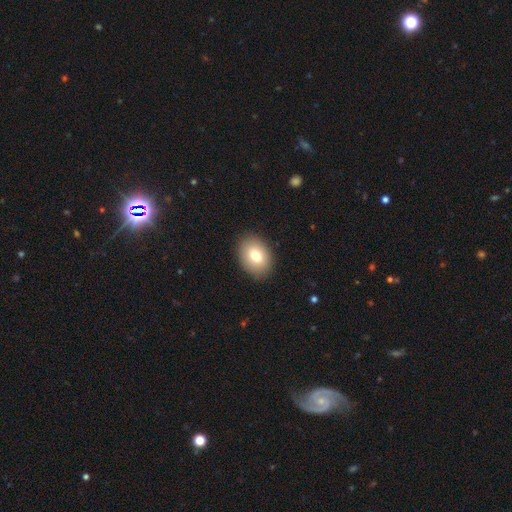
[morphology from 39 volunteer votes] A smooth galaxy with no disk features (77%) that is in between round and cigar-shaped (83%). Merging: none (74%).